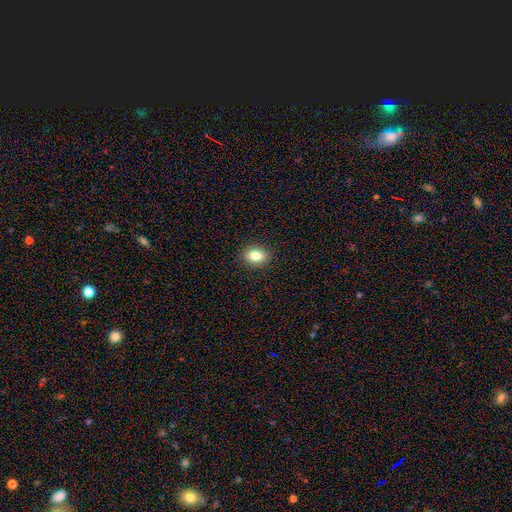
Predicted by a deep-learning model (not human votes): A smooth galaxy with no disk features (82%) that is in between round and cigar-shaped (60%). Merging: none (90%).